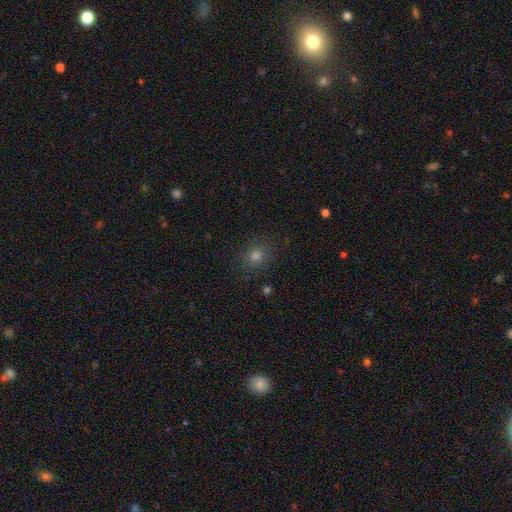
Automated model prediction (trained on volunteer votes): smooth 72%, star or artifact 21%, featured or disk 7%. Down the decision tree: how rounded — round (69%); merging — none (86%).